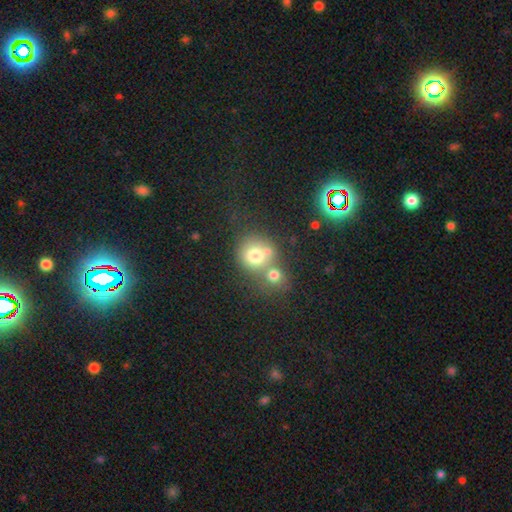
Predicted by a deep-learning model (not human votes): This appears to be a smooth galaxy with no disk features (73%) that is round (85%). Merging: merger (46%).